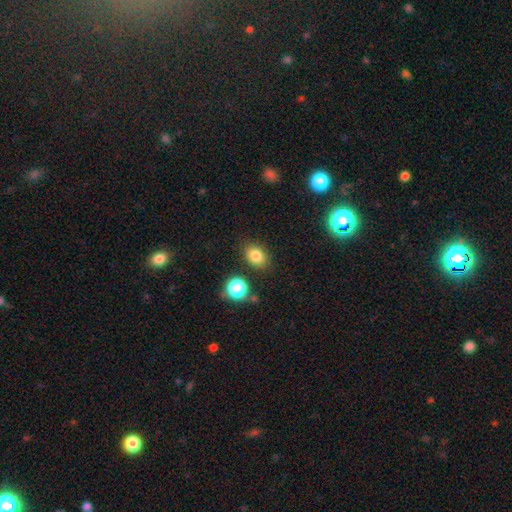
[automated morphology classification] type=smooth (81%); roundness=in between (67%); merging=none (82%).